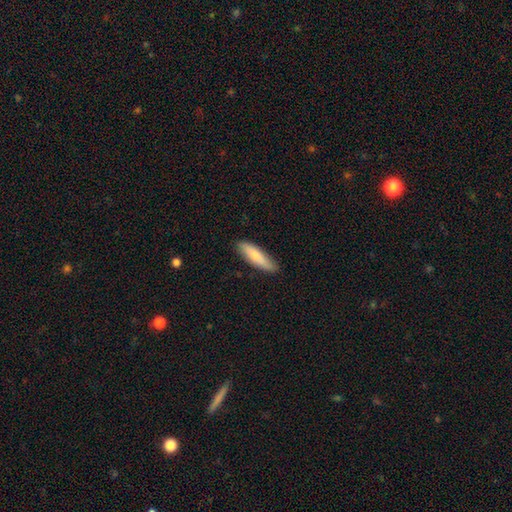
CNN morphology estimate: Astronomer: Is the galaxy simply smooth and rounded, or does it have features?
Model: smooth — 75%.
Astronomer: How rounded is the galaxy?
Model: cigar-shaped — 65%.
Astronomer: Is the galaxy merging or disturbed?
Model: none — 85%.